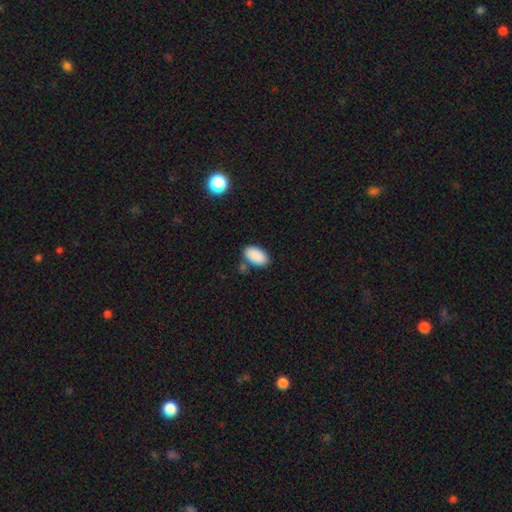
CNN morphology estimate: Smooth or featured? Predicted: smooth (p=0.90). How rounded? Predicted: in between (p=0.95). Merging? Predicted: none (p=0.78).